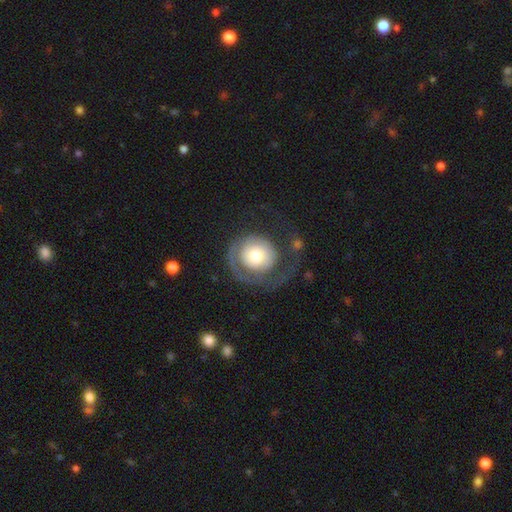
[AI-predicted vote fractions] A smooth galaxy with no disk features (48%).

Vote fractions:
- Smooth or featured? smooth: 48% / featured or disk: 45% / star or artifact: 7%
- Merging? major disturbance: 42% / none: 39% / minor disturbance: 16% / merger: 3%